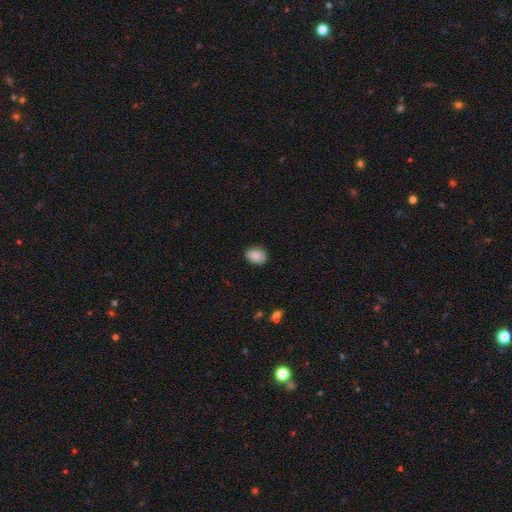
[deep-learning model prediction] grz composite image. It shows a smooth galaxy with no disk features (87%) that is in between round and cigar-shaped (73%). Merging: none (84%).